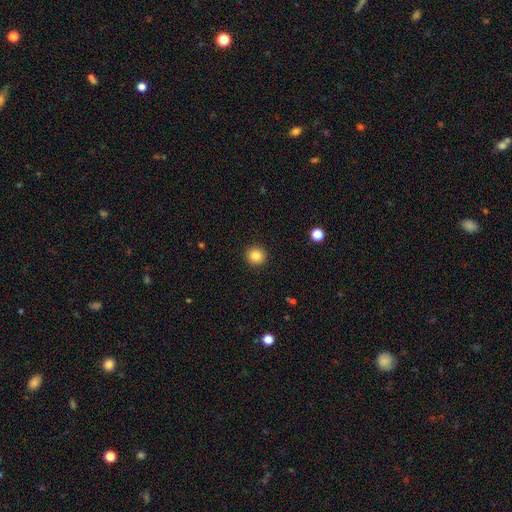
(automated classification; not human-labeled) Smooth or featured? smooth (84%)
How rounded? round (94%)
Merging? none (93%)